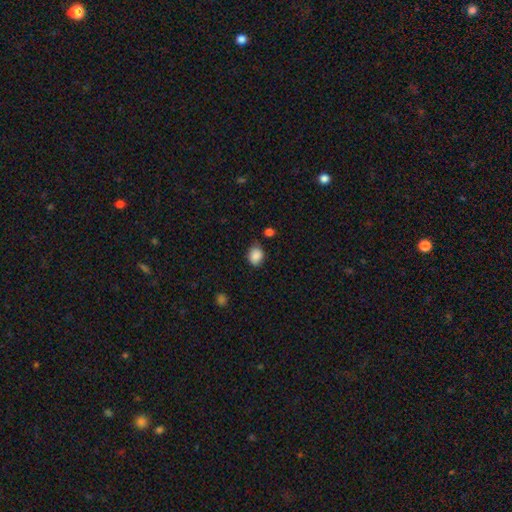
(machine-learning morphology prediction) A smooth galaxy with no disk features (86%) that is round (56%). Merging: none (66%).